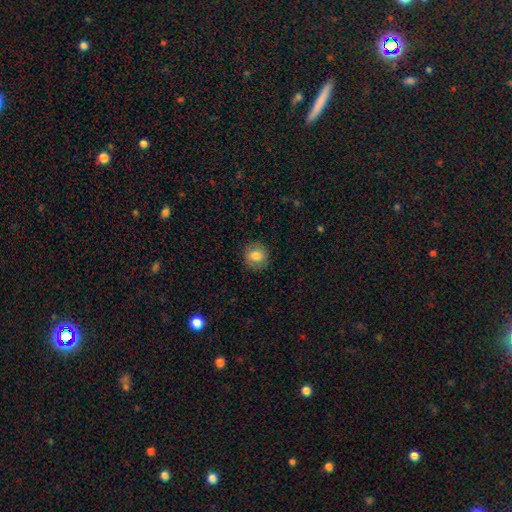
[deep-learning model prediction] Overall: smooth (80%). How rounded: round (88%). Merging: none (89%).